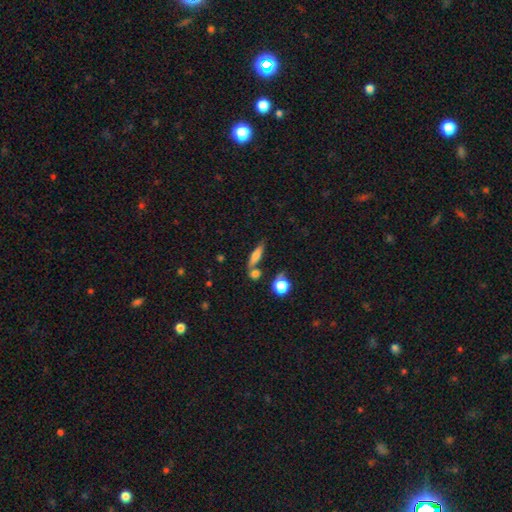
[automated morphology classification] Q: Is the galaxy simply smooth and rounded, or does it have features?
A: smooth — 62%.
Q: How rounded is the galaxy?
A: cigar-shaped — 64%.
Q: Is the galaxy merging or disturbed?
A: none — 65%.